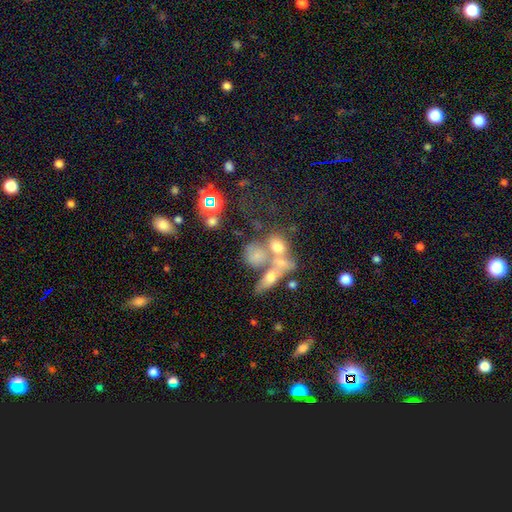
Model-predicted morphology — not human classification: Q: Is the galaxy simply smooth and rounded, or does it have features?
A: smooth — 57%.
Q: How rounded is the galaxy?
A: in between — 50%.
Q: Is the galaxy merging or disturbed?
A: merger — 52%.